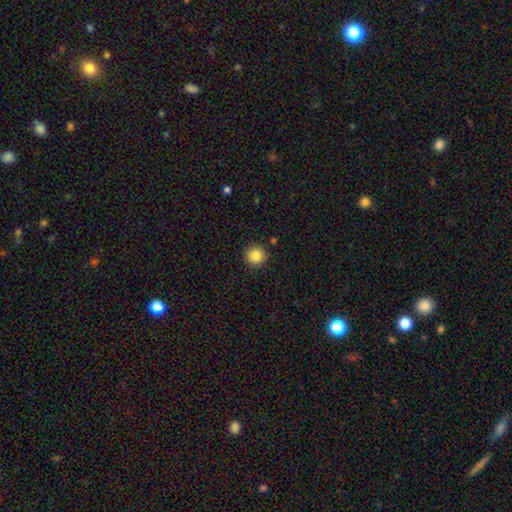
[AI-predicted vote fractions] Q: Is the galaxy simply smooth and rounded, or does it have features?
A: smooth — 85%.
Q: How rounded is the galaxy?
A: round — 95%.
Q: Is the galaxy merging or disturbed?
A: none — 90%.